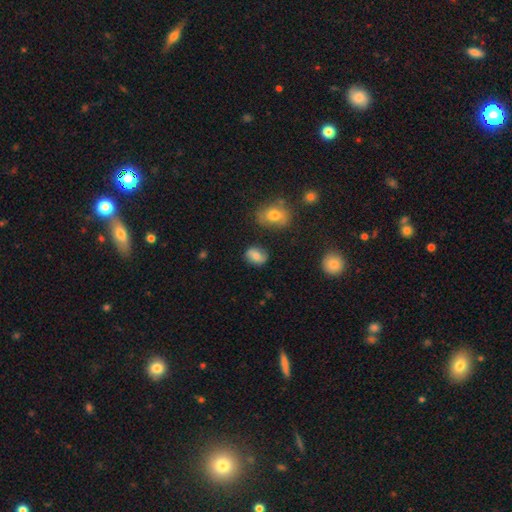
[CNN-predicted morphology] Smooth or featured? Predicted: smooth (p=0.60). How rounded? Predicted: in between (p=0.64). Merging? Predicted: none (p=0.75).